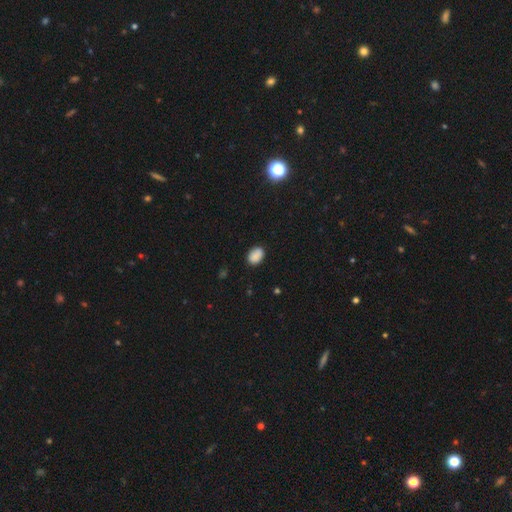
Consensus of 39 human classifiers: Q: Smooth or featured?
A: smooth (92%); runner-up: star or artifact (8%)
Q: How rounded?
A: in between (83%); runner-up: round (14%)
Q: Merging?
A: none (86%); runner-up: minor disturbance (11%)